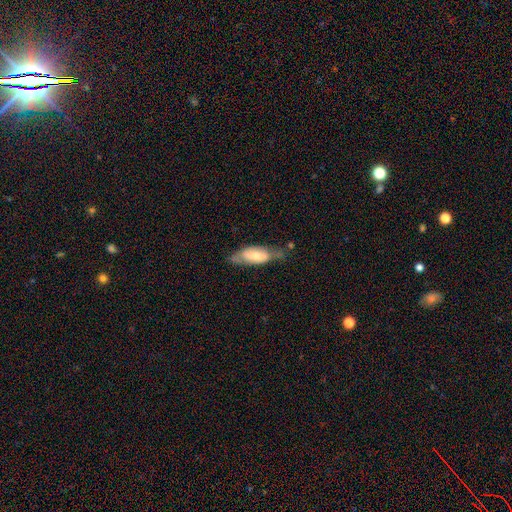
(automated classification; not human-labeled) smooth 50%, featured or disk 44%, star or artifact 6%. Down the decision tree: merging — none (48%).